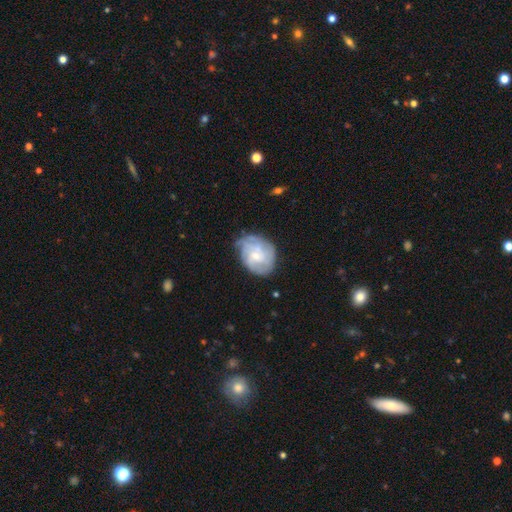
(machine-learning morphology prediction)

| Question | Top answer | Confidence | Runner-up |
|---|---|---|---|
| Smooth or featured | featured or disk | 68% | smooth (26%) |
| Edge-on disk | no | 98% | yes (2%) |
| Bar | no | 66% | weak (30%) |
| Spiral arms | yes | 85% | no (15%) |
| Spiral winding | tight | 54% | medium (33%) |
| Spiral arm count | can't tell | 45% | 3 (17%) |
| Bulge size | small | 65% | moderate (29%) |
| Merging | none | 60% | minor disturbance (27%) |